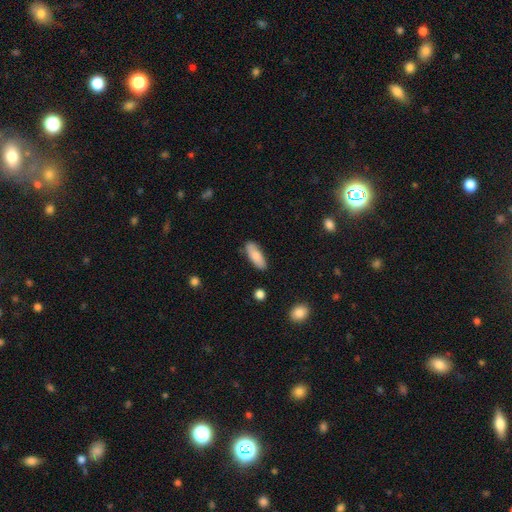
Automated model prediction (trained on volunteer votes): smooth_or_featured: smooth (p=0.82) [alt: featured or disk p=0.11]
how_rounded: in between (p=0.70) [alt: cigar-shaped p=0.28]
merging: none (p=0.83) [alt: minor disturbance p=0.13]